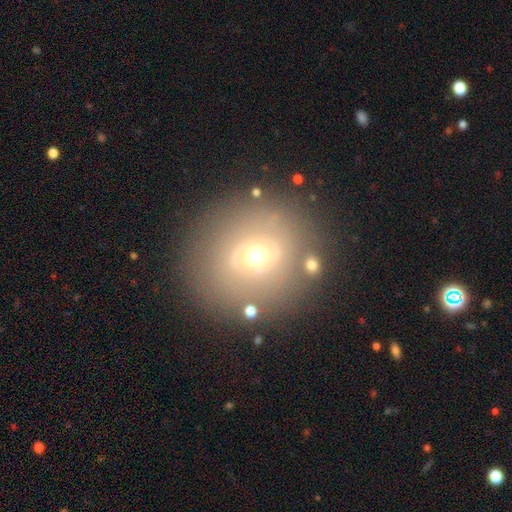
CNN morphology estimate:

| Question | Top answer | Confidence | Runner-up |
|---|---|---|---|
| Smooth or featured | smooth | 45% | featured or disk (40%) |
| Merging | none | 79% | minor disturbance (12%) |